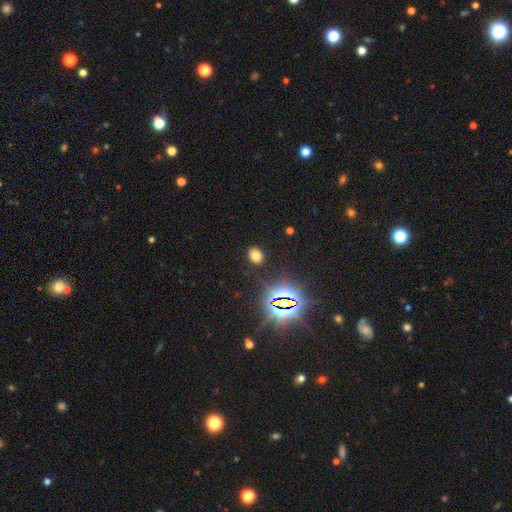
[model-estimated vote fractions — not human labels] This appears to be a smooth galaxy with no disk features (68%) that is in between round and cigar-shaped (69%). Merging: none (88%).